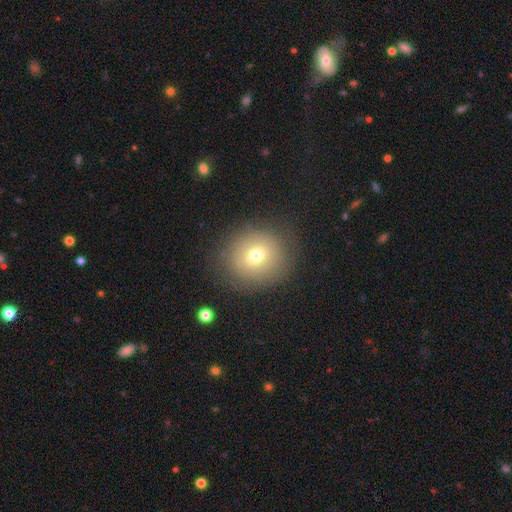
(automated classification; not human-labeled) This is likely a smooth galaxy (66%). How rounded: clearly round (82%). Merging: clearly none (80%).